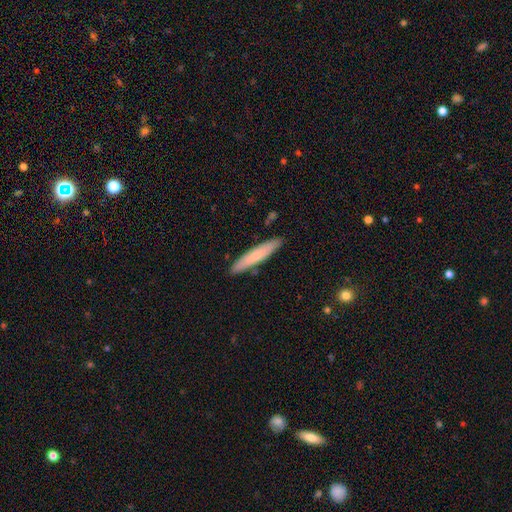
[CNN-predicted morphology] This is likely a smooth galaxy (71%). How rounded: clearly cigar-shaped (91%). Merging: clearly none (88%).